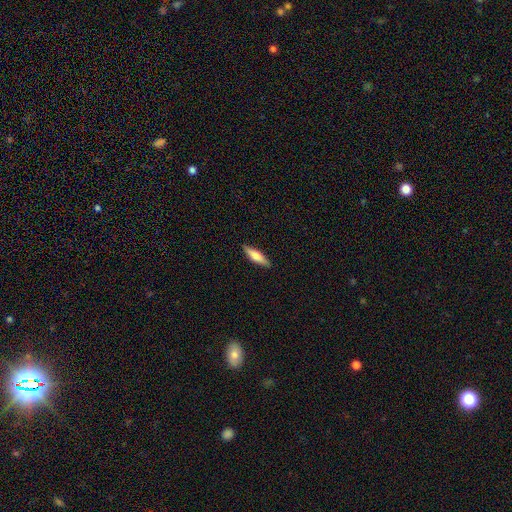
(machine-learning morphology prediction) type=smooth (67%); roundness=cigar-shaped (68%); merging=none (88%).